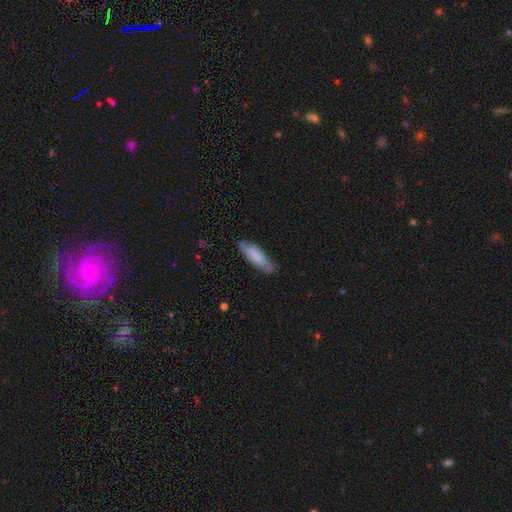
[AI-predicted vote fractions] The model was most divided on "how rounded": cigar-shaped: 62%, in between: 37%, round: 1%. More confident: smooth or featured — smooth (77%); merging — none (75%).